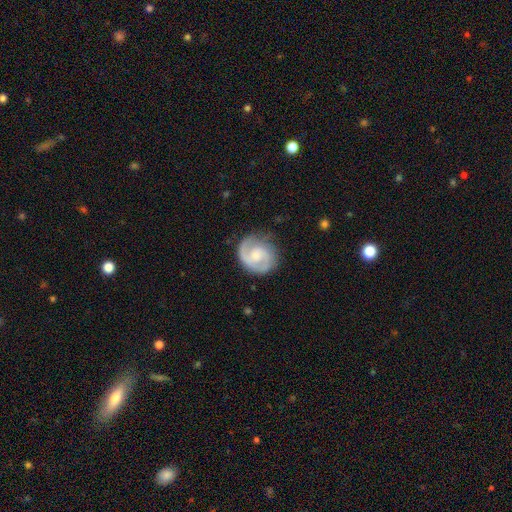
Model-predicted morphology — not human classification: The model was most divided on "spiral winding": tight: 44%, medium: 42%, loose: 14%. Remaining: edge-on disk — no (98%); spiral arms — yes (94%); smooth or featured — featured or disk (77%); merging — none (71%); spiral arm count — 2 (67%); bar — no (60%); bulge size — small (45%).